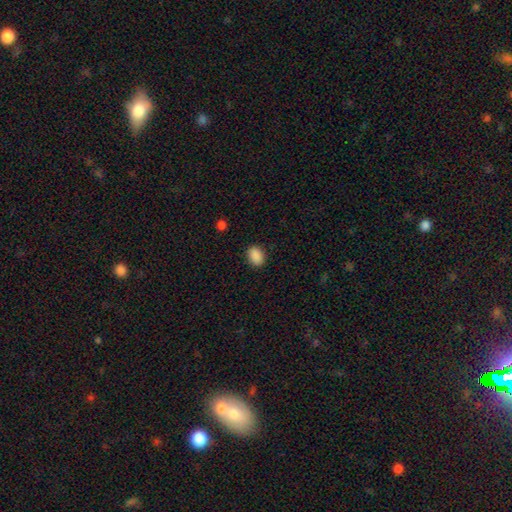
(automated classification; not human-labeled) Q: Smooth or featured?
A: smooth (89%); runner-up: star or artifact (9%)
Q: How rounded?
A: in between (72%); runner-up: round (26%)
Q: Merging?
A: none (88%); runner-up: minor disturbance (9%)